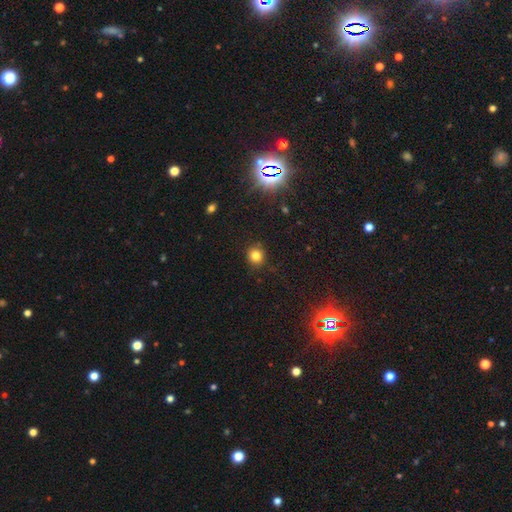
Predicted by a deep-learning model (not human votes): Smooth or featured? Predicted: smooth (p=0.80). How rounded? Predicted: round (p=0.86). Merging? Predicted: none (p=0.86).